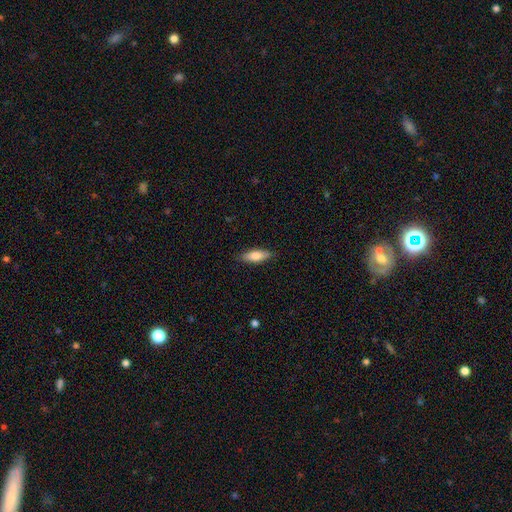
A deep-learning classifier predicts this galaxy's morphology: Smooth or featured: smooth — 77% (featured or disk — 17%)
How rounded: in between — 63% (cigar-shaped — 35%)
Merging: none — 85% (minor disturbance — 11%)